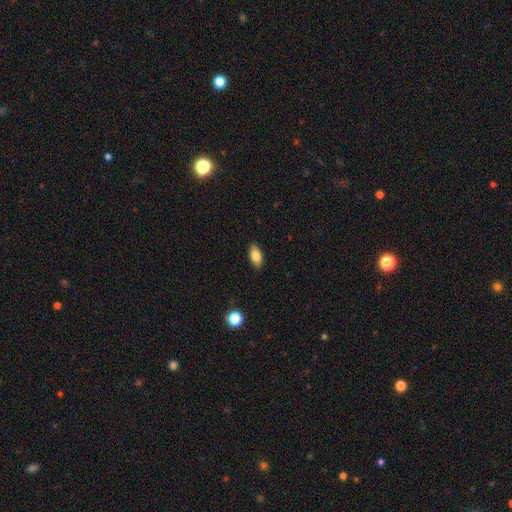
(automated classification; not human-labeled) A smooth galaxy with no disk features (80%) that is in between round and cigar-shaped (90%).

Vote fractions:
- Smooth or featured? smooth: 80% / featured or disk: 12% / star or artifact: 8%
- How rounded? in between: 90% / cigar-shaped: 5% / round: 4%
- Merging? none: 89% / minor disturbance: 9% / major disturbance: 2% / merger: 1%